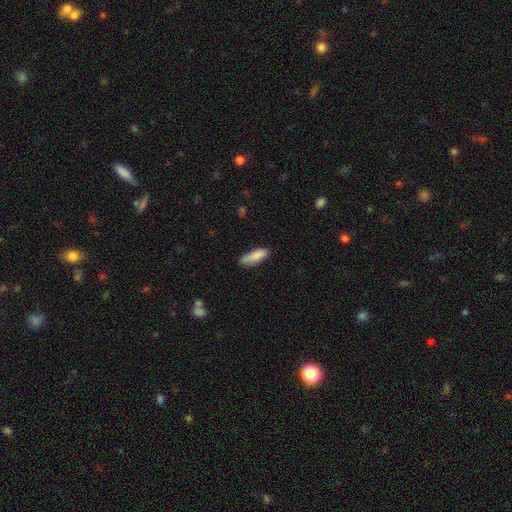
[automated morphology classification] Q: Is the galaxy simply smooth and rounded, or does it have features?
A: smooth — 87%.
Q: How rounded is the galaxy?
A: cigar-shaped — 51%.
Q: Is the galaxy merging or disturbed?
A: none — 79%.